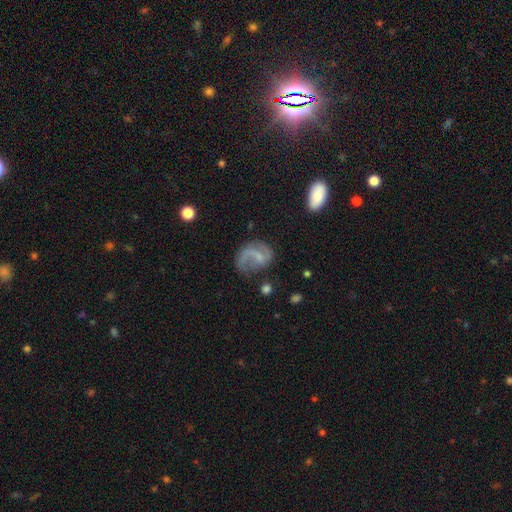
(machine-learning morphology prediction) Smooth or featured? Predicted: featured or disk (p=0.74). Edge-on disk? Predicted: no (p=0.98). Bar? Predicted: weak (p=0.47). Spiral arms? Predicted: yes (p=0.90). Spiral winding? Predicted: loose (p=0.53). Spiral arm count? Predicted: 2 (p=0.68). Bulge size? Predicted: none (p=0.43). Merging? Predicted: none (p=0.54).